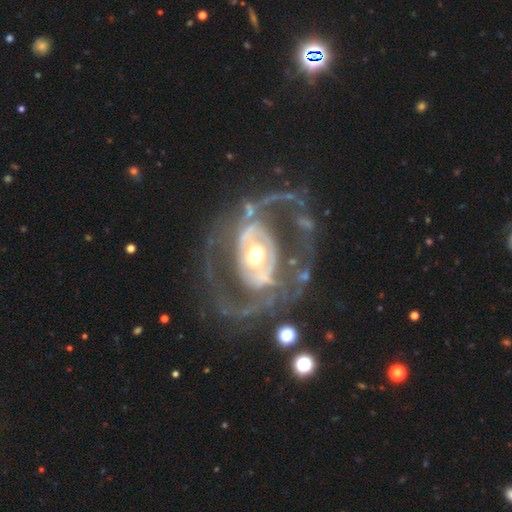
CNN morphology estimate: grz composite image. It shows a featured or disk galaxy (86%) with no bar (49%), 2 (61%) medium (42%) spiral arms (78%) and a moderate central bulge (63%). Merging: none (59%).